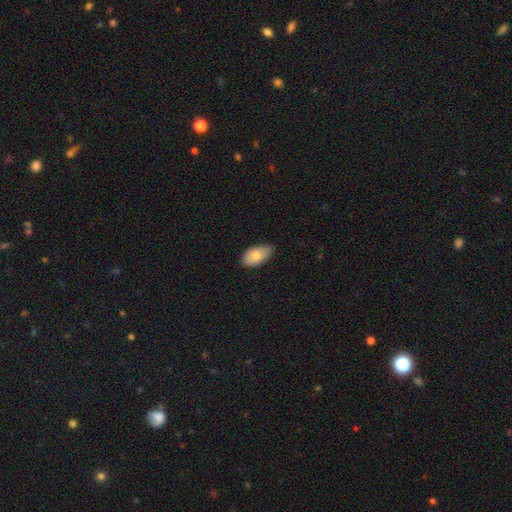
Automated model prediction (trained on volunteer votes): Morphology: type=smooth (80%); roundness=in between (94%); merging=none (74%).